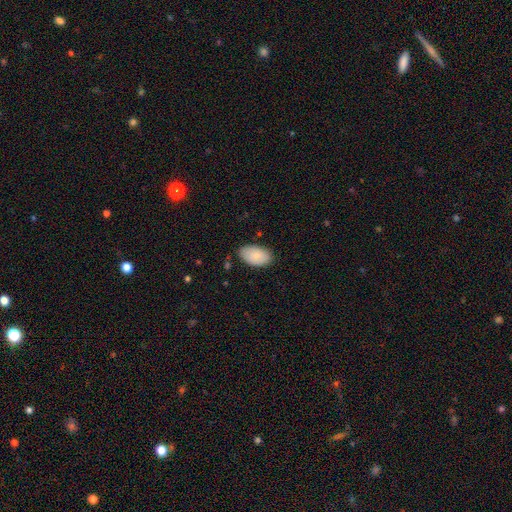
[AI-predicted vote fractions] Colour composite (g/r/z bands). It shows a smooth galaxy with no disk features (83%) that is in between round and cigar-shaped (95%). Merging: none (79%).